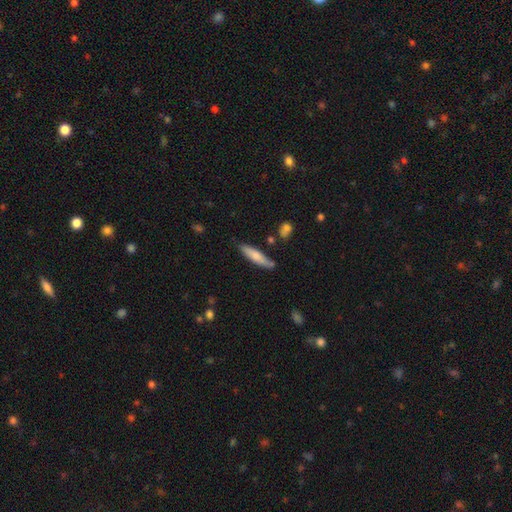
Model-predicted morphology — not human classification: A smooth galaxy with no disk features (72%) that is cigar-shaped (79%). Merging: none (76%).